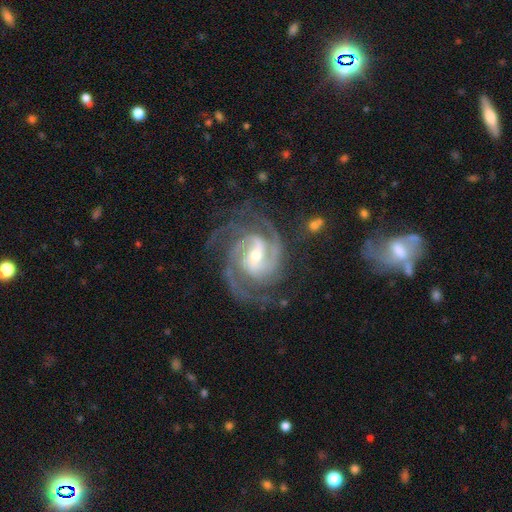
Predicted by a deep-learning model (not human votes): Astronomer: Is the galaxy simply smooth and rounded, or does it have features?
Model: featured or disk — 93%.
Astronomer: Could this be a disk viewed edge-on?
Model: no — 98%.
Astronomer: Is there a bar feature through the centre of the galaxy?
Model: weak — 45% (runner-up: strong, 36%).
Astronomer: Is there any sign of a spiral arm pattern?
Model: yes — 99%.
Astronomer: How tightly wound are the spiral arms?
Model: tight — 52% (runner-up: medium, 42%).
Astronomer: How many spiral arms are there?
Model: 3 — 38% (runner-up: 2, 32%).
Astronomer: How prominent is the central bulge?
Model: small — 50% (runner-up: moderate, 46%).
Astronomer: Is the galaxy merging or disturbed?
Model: none — 72%.